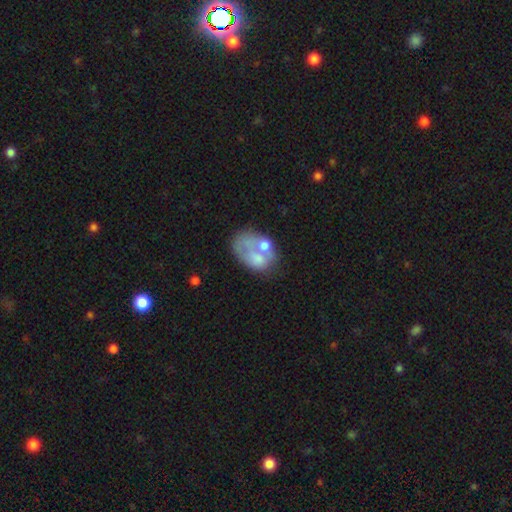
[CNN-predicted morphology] Q: Smooth or featured?
A: featured or disk (45%); runner-up: smooth (44%)
Q: Merging?
A: none (30%); runner-up: merger (26%)